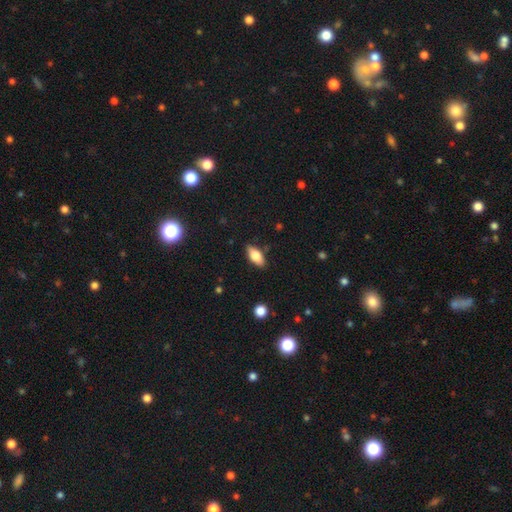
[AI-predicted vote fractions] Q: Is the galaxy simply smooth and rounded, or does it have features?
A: smooth — 76%.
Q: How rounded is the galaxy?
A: in between — 86%.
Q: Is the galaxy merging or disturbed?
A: none — 85%.